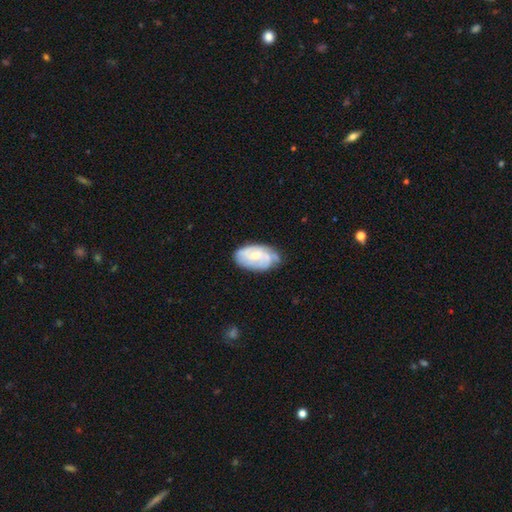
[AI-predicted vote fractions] Smooth or featured: featured or disk — 62% (smooth — 32%)
Edge-on disk: no — 96% (yes — 4%)
Bar: no — 68% (weak — 28%)
Spiral arms: yes — 78% (no — 22%)
Bulge size: small — 48% (moderate — 44%)
Merging: none — 60% (minor disturbance — 30%)